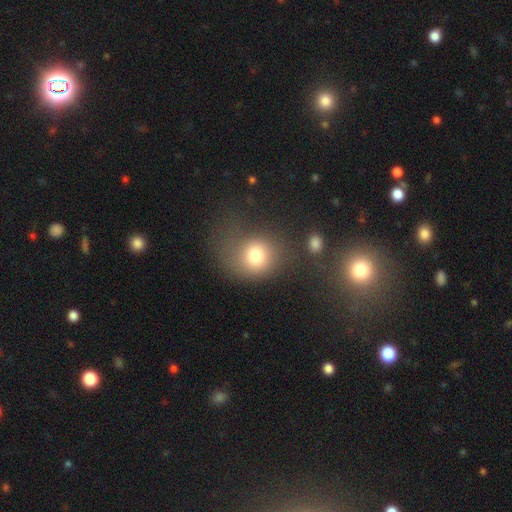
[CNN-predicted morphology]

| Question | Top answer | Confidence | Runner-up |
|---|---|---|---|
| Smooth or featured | smooth | 76% | featured or disk (13%) |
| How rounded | round | 68% | in between (30%) |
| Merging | none | 49% | minor disturbance (21%) |